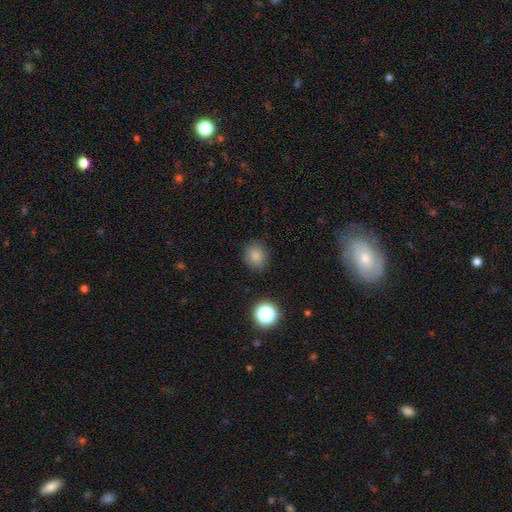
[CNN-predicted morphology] smooth-or-featured: smooth: 82% | star or artifact: 13% | featured or disk: 5%
  how-rounded: round: 78% | in between: 21% | cigar-shaped: 1%
  merging: none: 87% | minor disturbance: 9% | major disturbance: 3% | merger: 2%